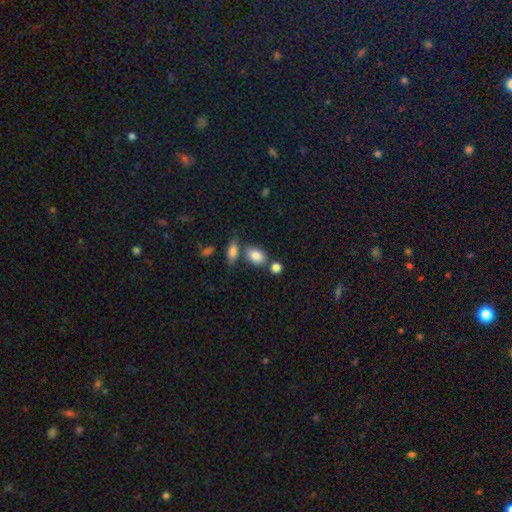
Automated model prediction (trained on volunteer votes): This is clearly a smooth galaxy (84%). How rounded: clearly in between (82%). Merging: likely none (61%).